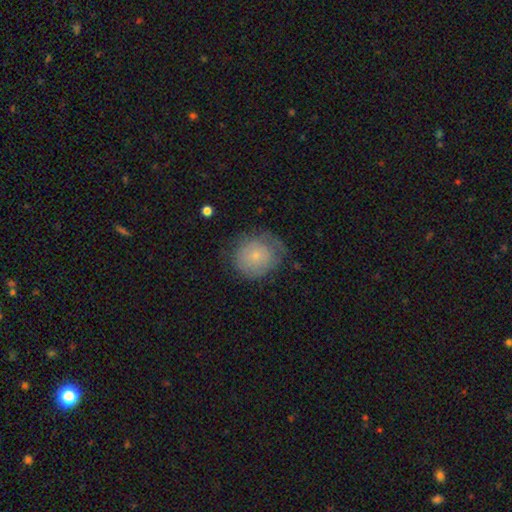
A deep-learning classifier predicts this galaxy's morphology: Overall: smooth (65%; featured or disk 27%). How rounded: round (81%). Merging: none (58%; minor disturbance 27%).